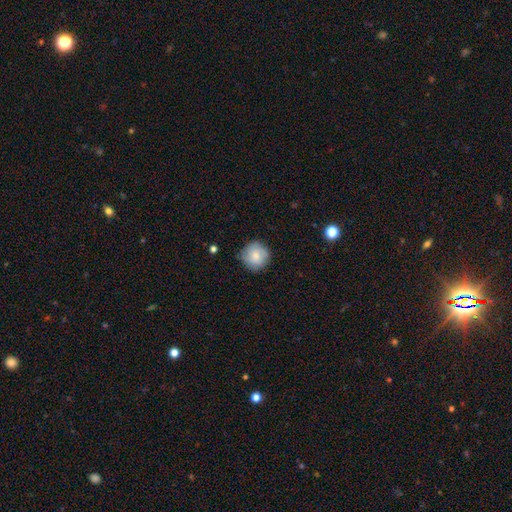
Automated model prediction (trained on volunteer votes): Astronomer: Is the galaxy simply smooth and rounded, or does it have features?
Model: smooth — 78%.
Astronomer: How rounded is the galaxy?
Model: round — 93%.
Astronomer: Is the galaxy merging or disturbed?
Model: none — 82%.